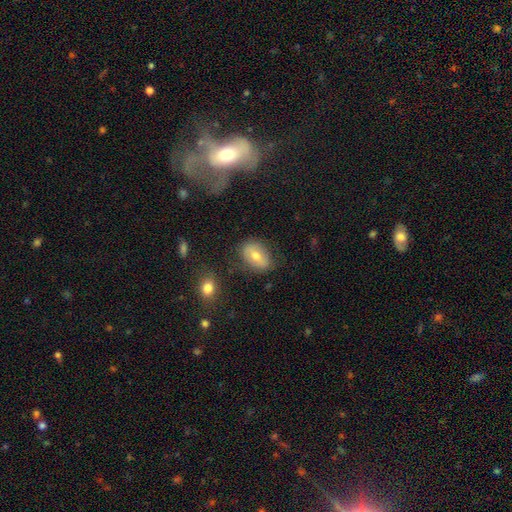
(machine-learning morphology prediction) Smooth or featured?
  - smooth: 62% *
  - featured or disk: 30%
  - star or artifact: 8%
How rounded?
  - in between: 81% *
  - round: 17%
  - cigar-shaped: 2%
Merging?
  - none: 75% *
  - minor disturbance: 17%
  - major disturbance: 5%
  - merger: 3%